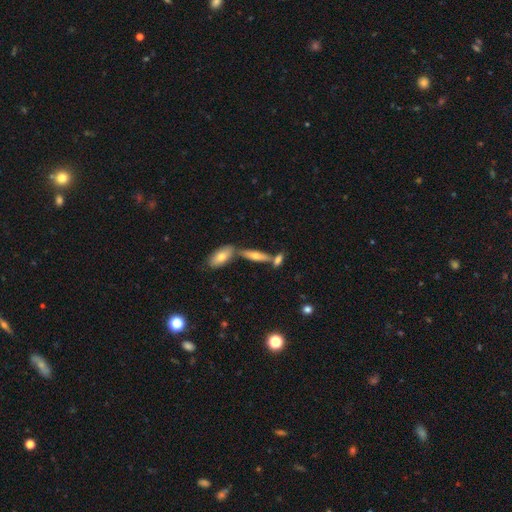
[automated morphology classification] Overall: smooth (54%; featured or disk 38%). How rounded: cigar-shaped (62%; in between 35%). Merging: none (55%; merger 31%).